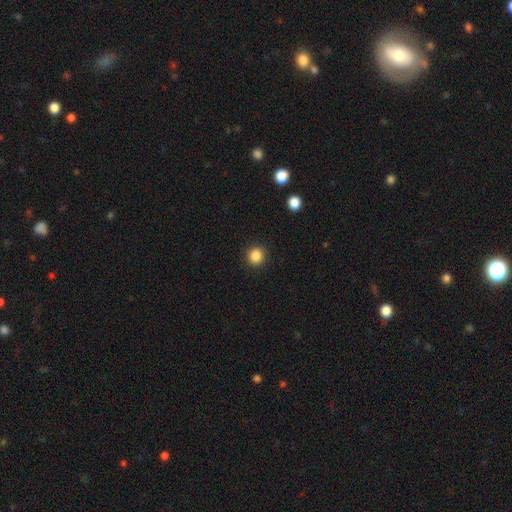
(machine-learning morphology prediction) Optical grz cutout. It shows a smooth galaxy with no disk features (86%) that is round (93%). Merging: none (92%).